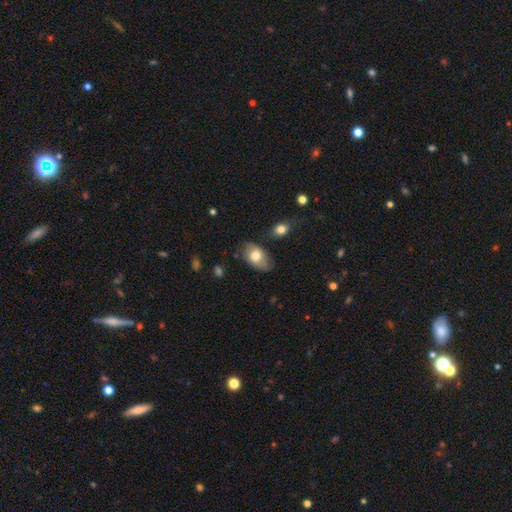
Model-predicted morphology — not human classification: A smooth galaxy with no disk features (67%) that is in between round and cigar-shaped (89%). Merging: none (66%).